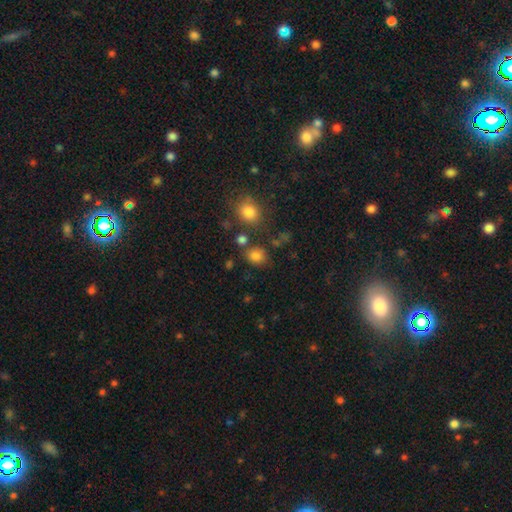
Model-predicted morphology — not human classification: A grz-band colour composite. It shows a smooth galaxy with no disk features (80%) that is round (61%). Merging: none (72%).